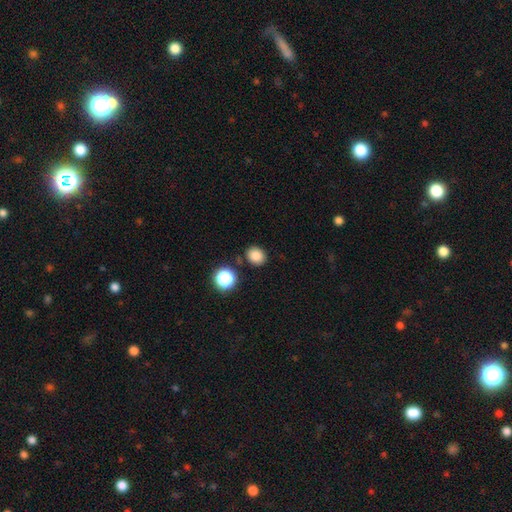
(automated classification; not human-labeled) A smooth galaxy with no disk features (82%) that is round (62%). Merging: none (84%).